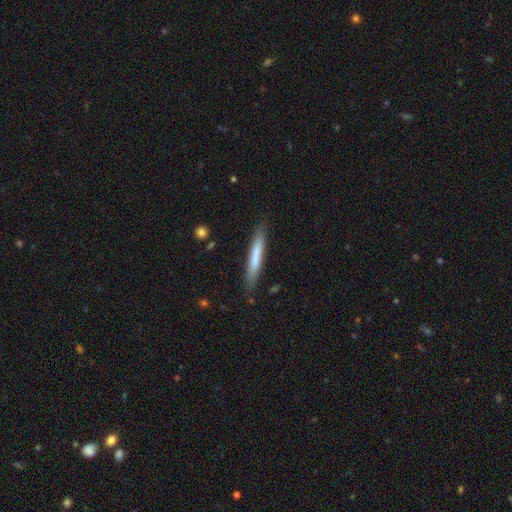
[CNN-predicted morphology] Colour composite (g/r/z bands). It shows a smooth galaxy with no disk features (50%) that is cigar-shaped (95%). Merging: none (85%).